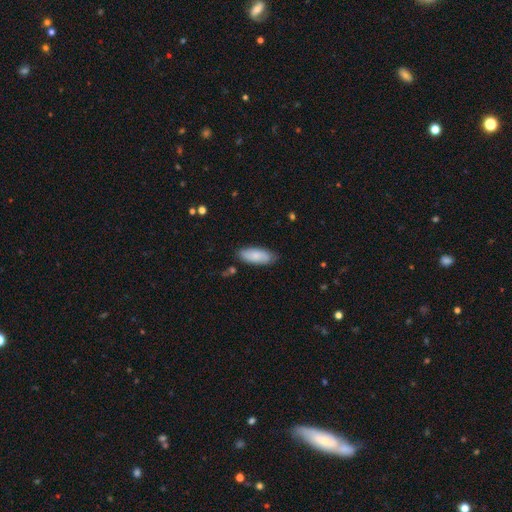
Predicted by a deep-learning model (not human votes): The model was most divided on "how rounded": in between: 78%, cigar-shaped: 20%, round: 2%. More confident: merging — none (81%); smooth or featured — smooth (78%).